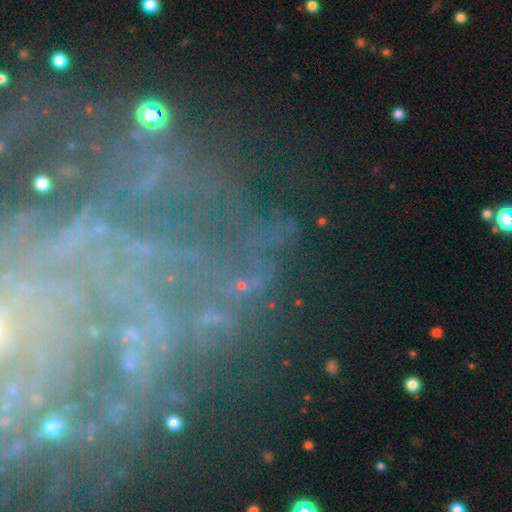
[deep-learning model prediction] Smooth or featured? Predicted: featured or disk (p=0.59). Edge-on disk? Predicted: no (p=0.93). Bar? Predicted: no (p=0.58). Spiral arms? Predicted: yes (p=0.80). Bulge size? Predicted: small (p=0.57). Merging? Predicted: none (p=0.63).